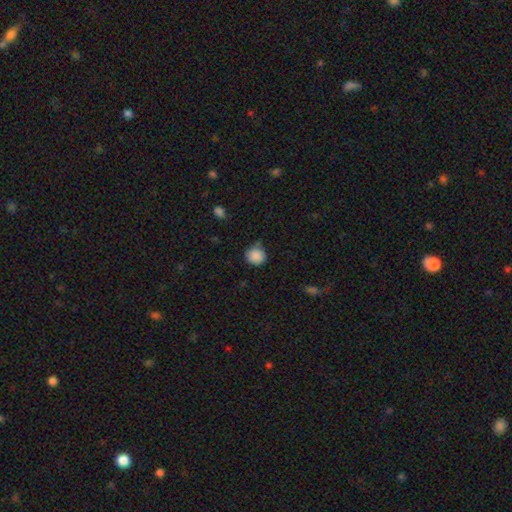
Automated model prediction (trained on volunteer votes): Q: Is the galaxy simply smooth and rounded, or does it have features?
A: smooth — 88%.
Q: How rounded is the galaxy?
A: round — 89%.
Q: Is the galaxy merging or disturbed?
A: none — 72%.